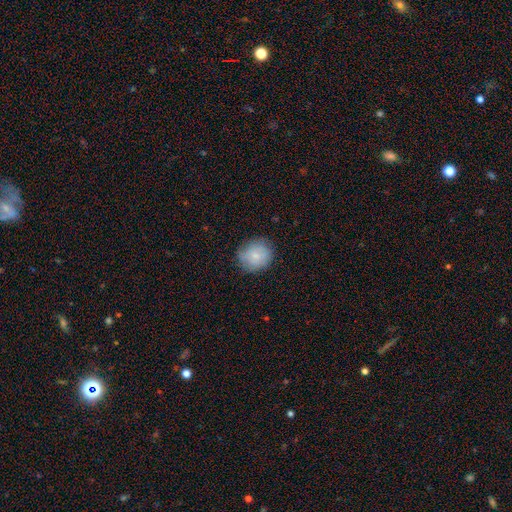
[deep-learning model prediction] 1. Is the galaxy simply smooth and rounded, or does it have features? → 79% smooth, 13% featured or disk, 8% star or artifact.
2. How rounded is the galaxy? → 79% round, 20% in between, 1% cigar-shaped.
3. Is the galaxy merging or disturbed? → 79% none, 16% minor disturbance, 4% major disturbance, 1% merger.